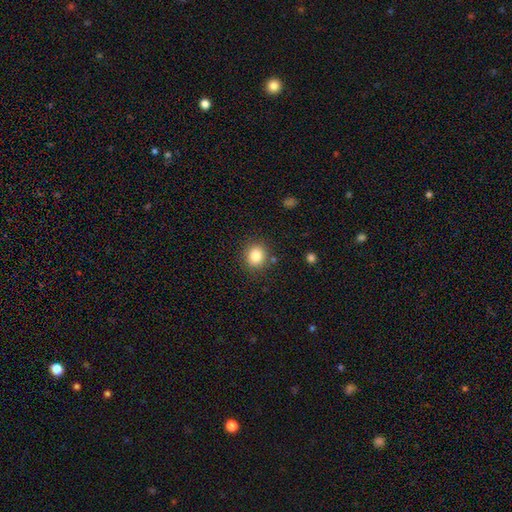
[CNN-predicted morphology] Smooth or featured? smooth (84%)
How rounded? round (82%)
Merging? none (86%)